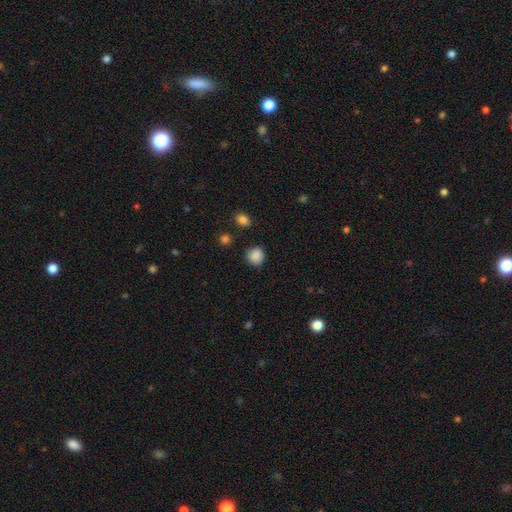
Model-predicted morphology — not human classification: A smooth galaxy with no disk features (88%) that is round (90%).

Vote fractions:
- Smooth or featured? smooth: 88% / star or artifact: 9% / featured or disk: 3%
- How rounded? round: 90% / in between: 9% / cigar-shaped: 1%
- Merging? none: 88% / minor disturbance: 8% / major disturbance: 3% / merger: 2%